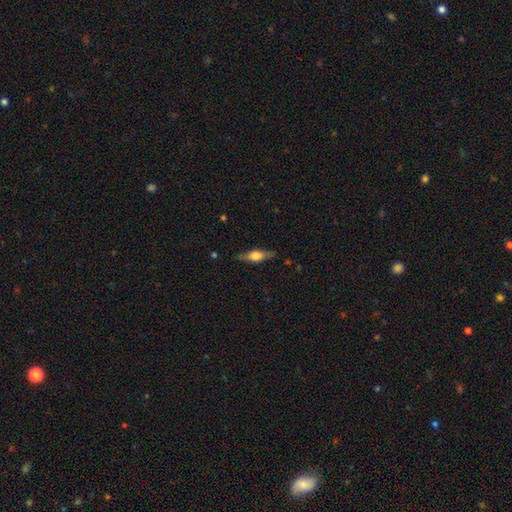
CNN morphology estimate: Overall: featured or disk (51%; smooth 42%). Edge-on disk: yes (91%). Merging: none (82%).